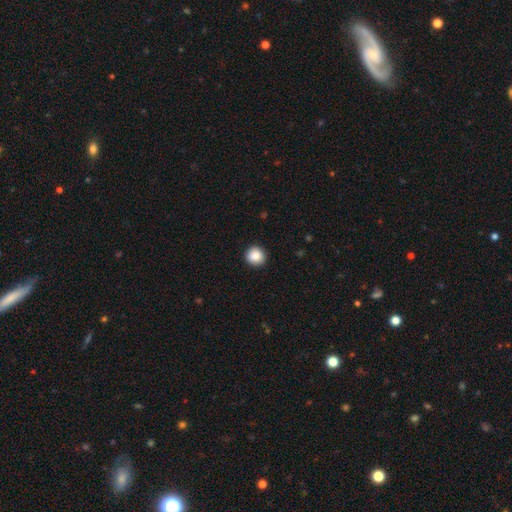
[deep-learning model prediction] smooth 88%, star or artifact 8%, featured or disk 4%. Down the decision tree: how rounded — round (93%); merging — none (92%).